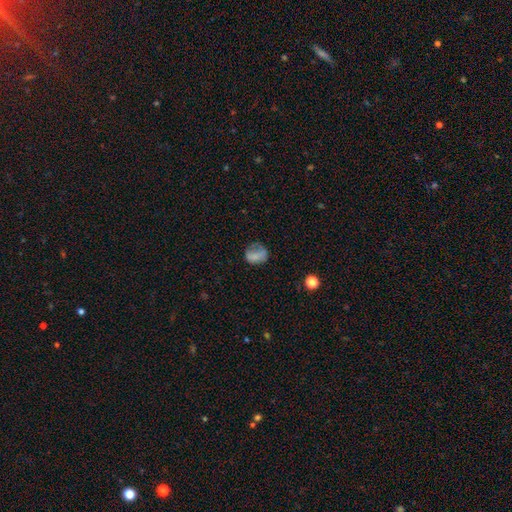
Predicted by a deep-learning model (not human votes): The model was most divided on "how rounded": round: 52%, in between: 47%, cigar-shaped: 1%. Remaining: smooth or featured — smooth (72%); merging — none (48%).